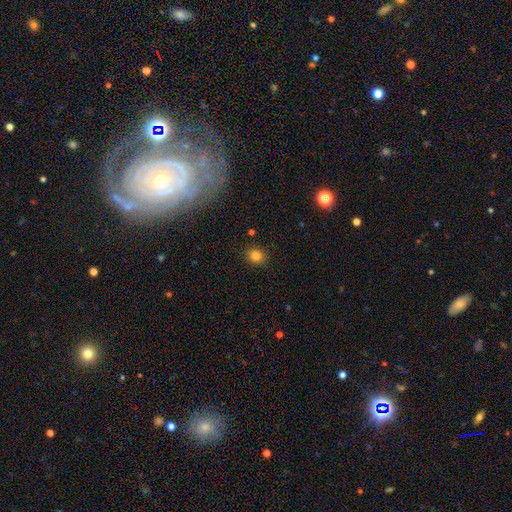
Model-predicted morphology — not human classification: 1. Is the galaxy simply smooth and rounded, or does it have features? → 82% smooth, 12% star or artifact, 6% featured or disk.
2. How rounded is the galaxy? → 78% round, 21% in between, 1% cigar-shaped.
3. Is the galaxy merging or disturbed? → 90% none, 7% minor disturbance, 2% major disturbance, 1% merger.